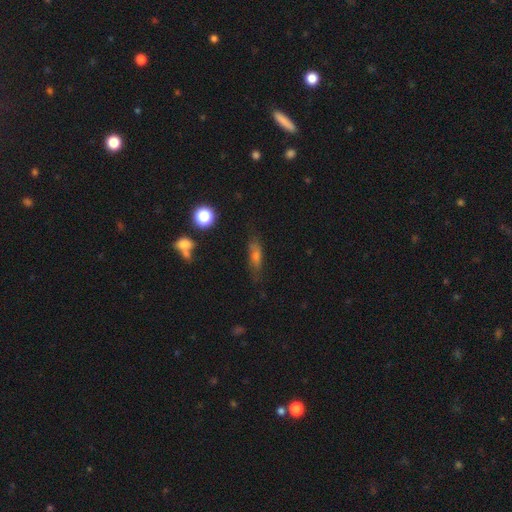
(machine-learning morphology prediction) Q: Smooth or featured?
A: smooth (52%); runner-up: featured or disk (31%)
Q: How rounded?
A: cigar-shaped (51%); runner-up: in between (43%)
Q: Merging?
A: none (72%); runner-up: minor disturbance (19%)